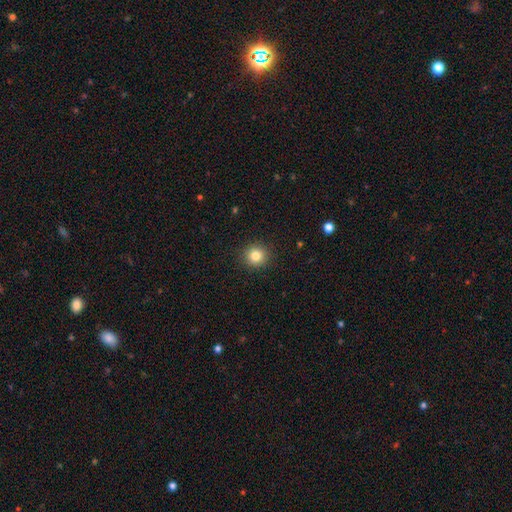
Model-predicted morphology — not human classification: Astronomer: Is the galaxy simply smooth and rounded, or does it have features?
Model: smooth — 83%.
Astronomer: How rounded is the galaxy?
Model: round — 91%.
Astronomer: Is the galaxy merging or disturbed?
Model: none — 91%.